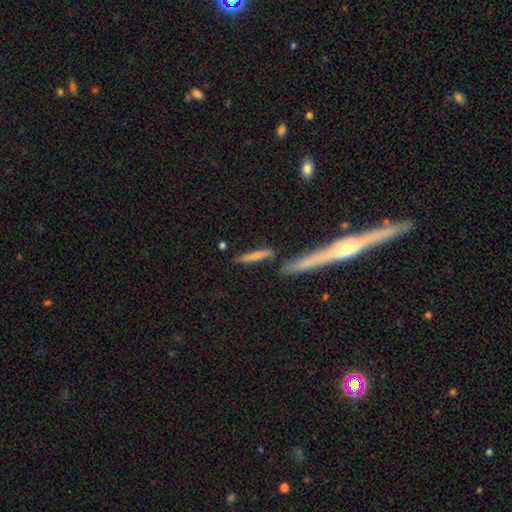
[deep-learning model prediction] smooth_or_featured: smooth (p=0.71) [alt: featured or disk p=0.22]
how_rounded: cigar-shaped (p=0.89) [alt: in between p=0.09]
merging: none (p=0.69) [alt: minor disturbance p=0.15]